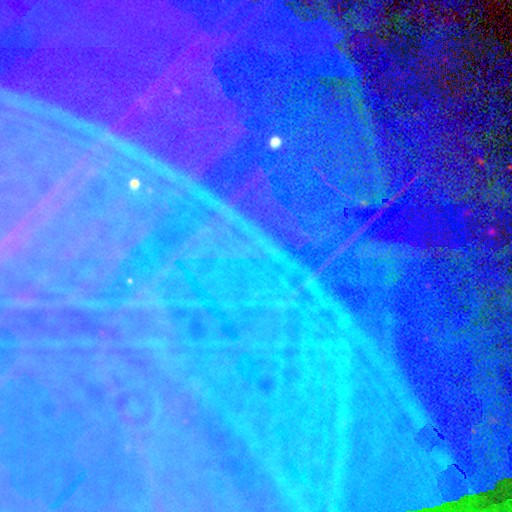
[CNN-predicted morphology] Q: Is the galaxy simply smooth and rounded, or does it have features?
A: star or artifact — 86%.